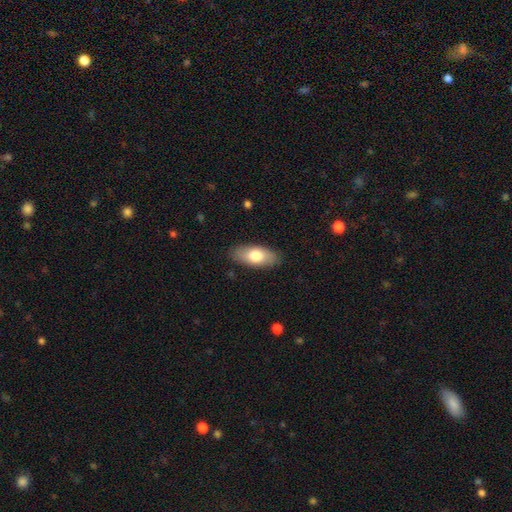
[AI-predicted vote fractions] Morphology: type=smooth (74%); roundness=in between (85%); merging=none (86%).